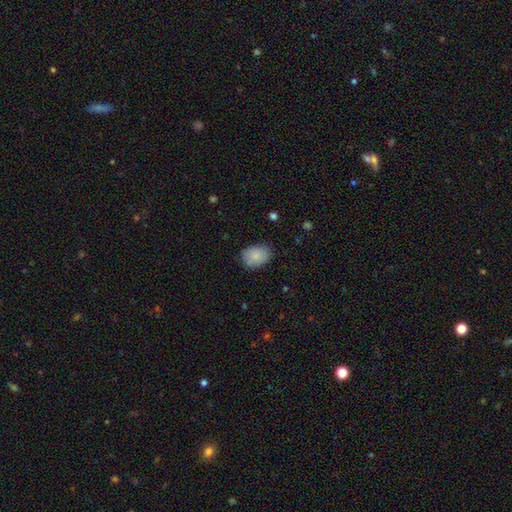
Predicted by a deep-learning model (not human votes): The model was most divided on "how rounded": in between: 71%, round: 28%, cigar-shaped: 1%. More confident: smooth or featured — smooth (86%); merging — none (78%).